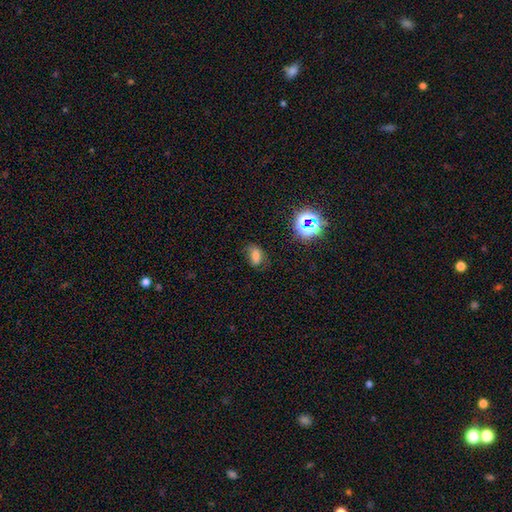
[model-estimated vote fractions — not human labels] smooth-or-featured: smooth: 69% | star or artifact: 21% | featured or disk: 11%
  how-rounded: in between: 84% | round: 12% | cigar-shaped: 4%
  merging: none: 61% | minor disturbance: 25% | major disturbance: 11% | merger: 2%